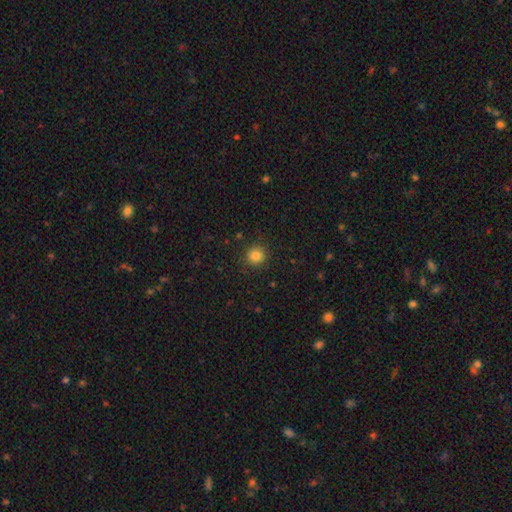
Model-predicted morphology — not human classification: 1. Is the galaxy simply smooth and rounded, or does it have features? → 83% smooth, 12% star or artifact, 5% featured or disk.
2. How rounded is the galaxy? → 93% round, 7% in between, 1% cigar-shaped.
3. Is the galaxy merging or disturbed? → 90% none, 6% minor disturbance, 2% major disturbance, 1% merger.